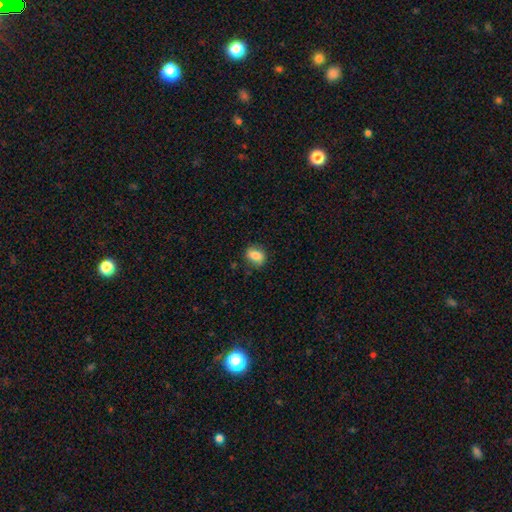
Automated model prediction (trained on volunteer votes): smooth_or_featured: smooth (p=0.80) [alt: featured or disk p=0.12]
how_rounded: in between (p=0.66) [alt: round p=0.32]
merging: none (p=0.79) [alt: minor disturbance p=0.16]